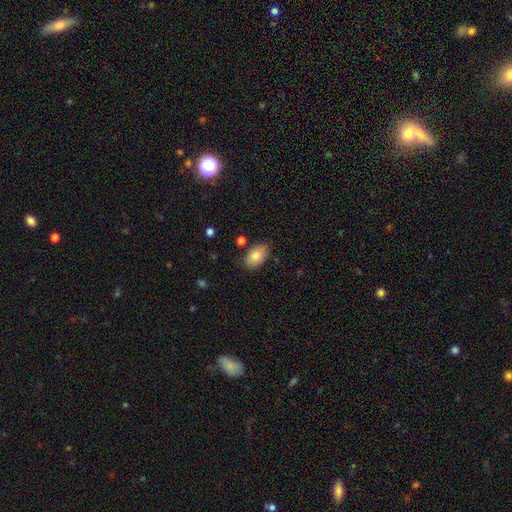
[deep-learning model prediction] This is clearly a smooth galaxy (80%). How rounded: clearly in between (89%). Merging: likely none (71%).